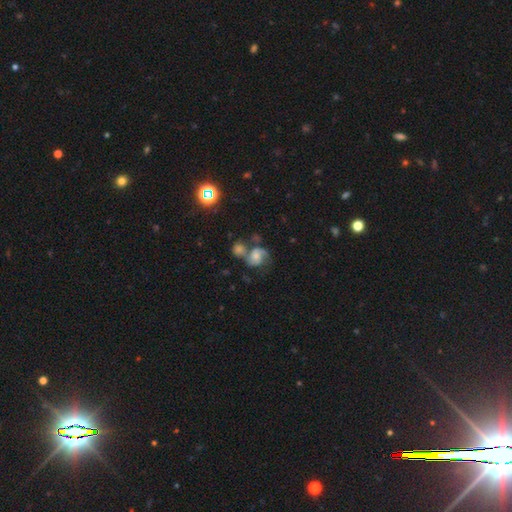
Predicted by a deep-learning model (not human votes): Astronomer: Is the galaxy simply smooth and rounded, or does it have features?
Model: featured or disk — 65%.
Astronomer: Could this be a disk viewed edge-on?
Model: no — 98%.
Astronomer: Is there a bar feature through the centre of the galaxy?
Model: no — 69%.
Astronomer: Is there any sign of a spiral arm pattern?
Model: yes — 90%.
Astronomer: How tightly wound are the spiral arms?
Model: medium — 50% (runner-up: tight, 27%).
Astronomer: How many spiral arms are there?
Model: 2 — 79%.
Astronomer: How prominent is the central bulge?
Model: moderate — 45% (runner-up: small, 28%).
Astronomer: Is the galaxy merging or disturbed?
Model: merger — 39% (runner-up: none, 34%).